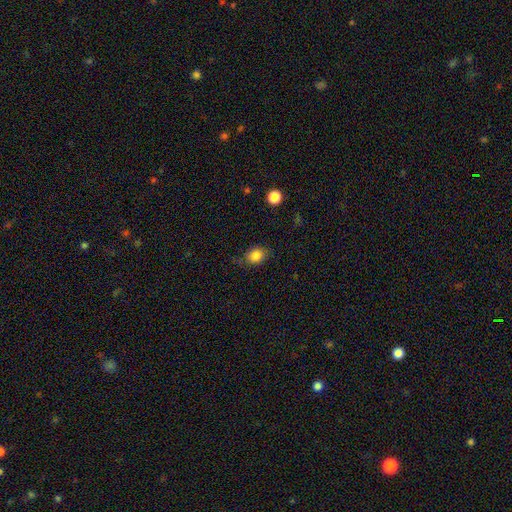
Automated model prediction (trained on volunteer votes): Overall: smooth (82%). How rounded: in between (60%; round 38%). Merging: none (70%).